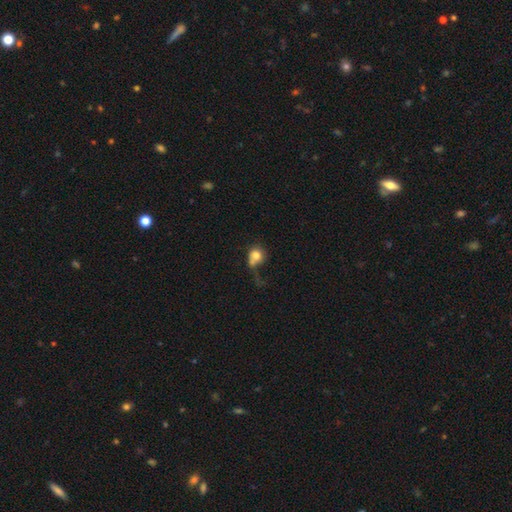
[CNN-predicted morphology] A smooth galaxy with no disk features (75%) that is round (73%).

Vote fractions:
- Smooth or featured? smooth: 75% / featured or disk: 16% / star or artifact: 9%
- How rounded? round: 73% / in between: 26% / cigar-shaped: 1%
- Merging? major disturbance: 31% / merger: 27% / none: 26% / minor disturbance: 17%